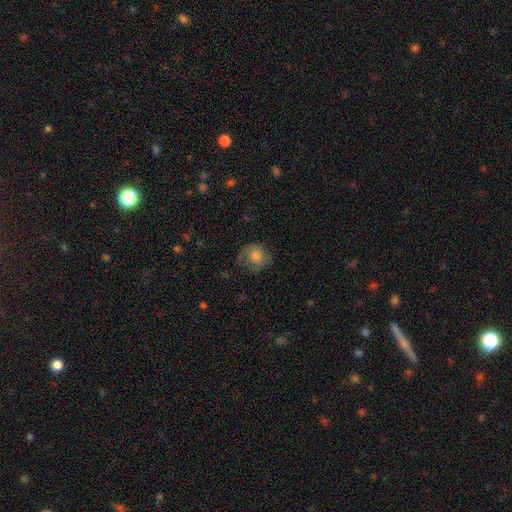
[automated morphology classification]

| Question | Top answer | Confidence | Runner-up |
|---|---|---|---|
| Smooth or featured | smooth | 68% | featured or disk (22%) |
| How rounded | round | 79% | in between (20%) |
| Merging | none | 58% | minor disturbance (24%) |